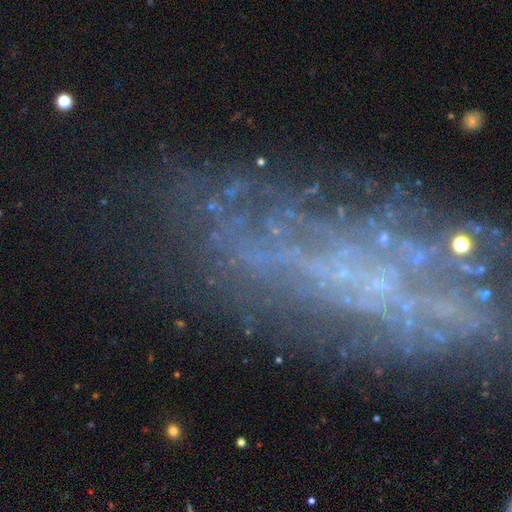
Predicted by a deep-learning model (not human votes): Q: Smooth or featured?
A: featured or disk (53%); runner-up: star or artifact (33%)
Q: Edge-on disk?
A: no (92%); runner-up: yes (8%)
Q: Merging?
A: none (57%); runner-up: major disturbance (20%)